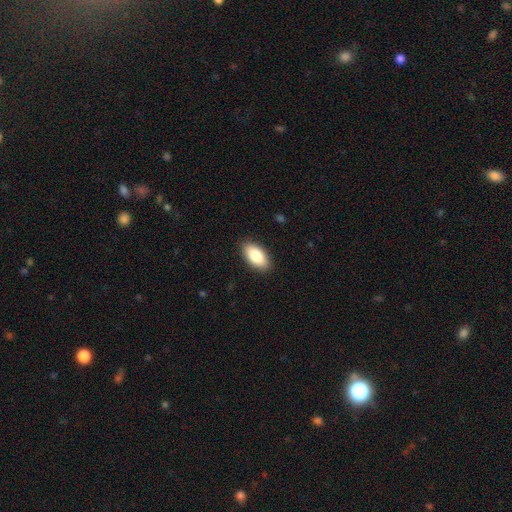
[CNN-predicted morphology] Smooth or featured: smooth — 84% (featured or disk — 10%)
How rounded: in between — 94% (cigar-shaped — 3%)
Merging: none — 89% (minor disturbance — 8%)